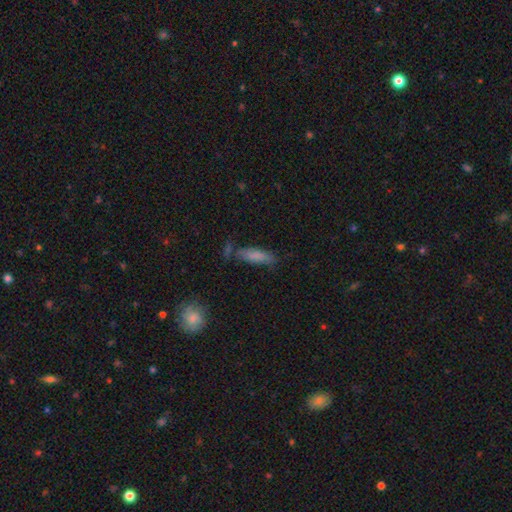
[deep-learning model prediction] smooth_or_featured: smooth (p=0.78) [alt: featured or disk p=0.13]
how_rounded: cigar-shaped (p=0.54) [alt: in between p=0.44]
merging: none (p=0.64) [alt: minor disturbance p=0.21]